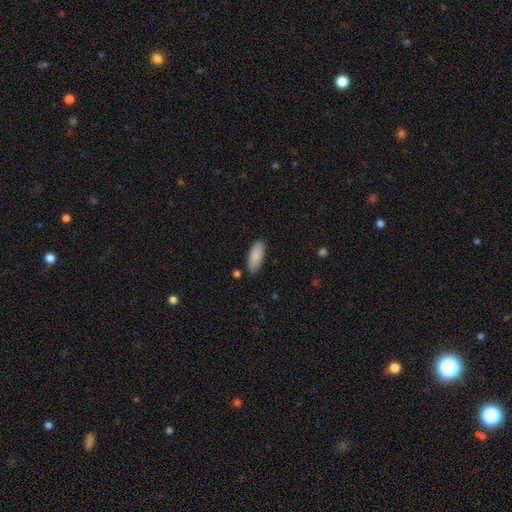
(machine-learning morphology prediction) type=smooth (89%); roundness=in between (76%); merging=none (85%).